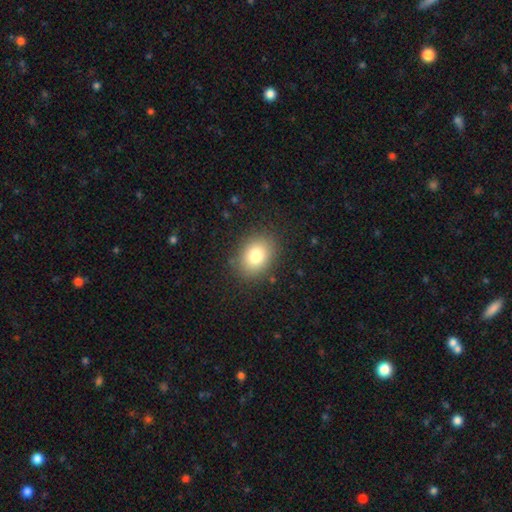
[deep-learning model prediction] Smooth or featured? Predicted: smooth (p=0.80). How rounded? Predicted: in between (p=0.62). Merging? Predicted: none (p=0.85).